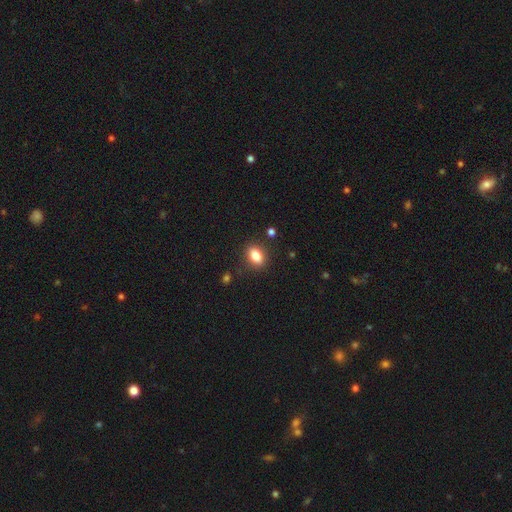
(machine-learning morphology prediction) smooth 84%, star or artifact 9%, featured or disk 6%. Down the decision tree: how rounded — in between (80%); merging — none (86%).